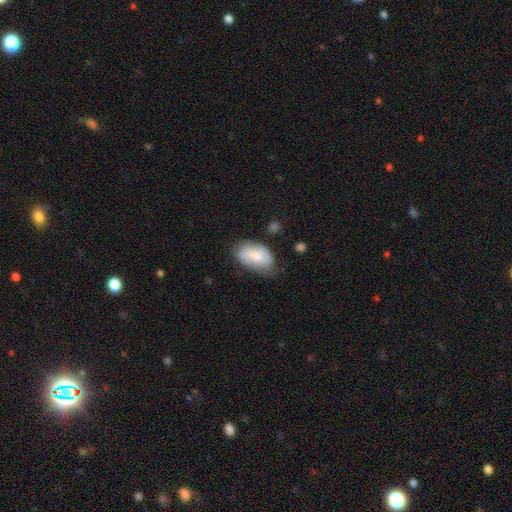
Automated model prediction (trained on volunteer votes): Morphology: type=smooth (55%); roundness=in between (92%); merging=none (60%).